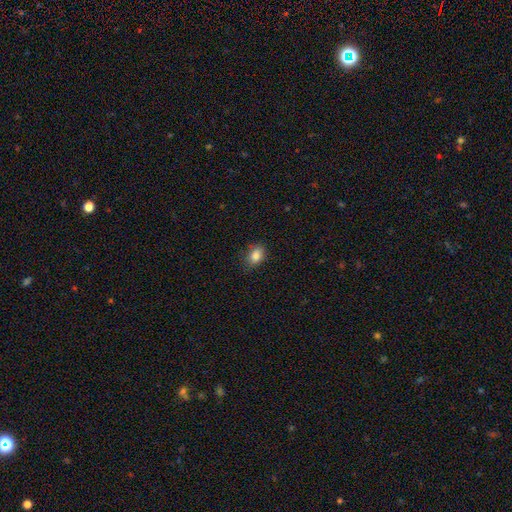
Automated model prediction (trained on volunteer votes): This is clearly a smooth galaxy (84%). How rounded: likely in between (73%). Merging: clearly none (81%).